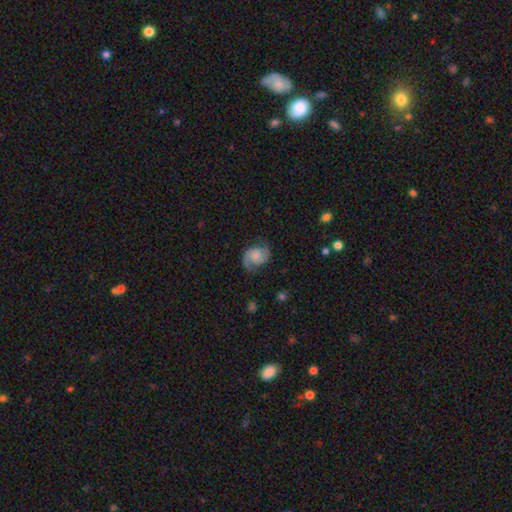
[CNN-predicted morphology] type=featured or disk (84%); edge-on=no (98%); bar=no (62%); spiral arms=yes (98%); winding=medium (53%); arm count=2 (92%); bulge=none (33%); merging=none (76%).